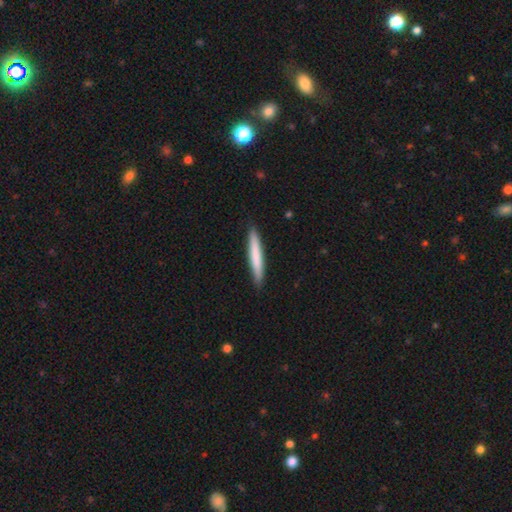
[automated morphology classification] Q: Smooth or featured?
A: smooth (73%); runner-up: featured or disk (22%)
Q: How rounded?
A: cigar-shaped (95%); runner-up: in between (4%)
Q: Merging?
A: none (90%); runner-up: minor disturbance (8%)